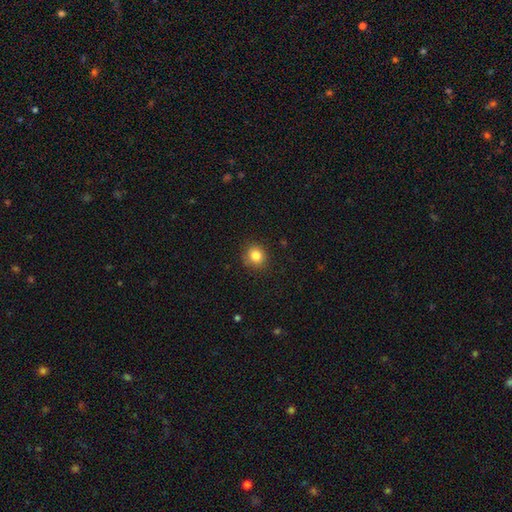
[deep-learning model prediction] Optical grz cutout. It shows a smooth galaxy with no disk features (83%) that is round (85%). Merging: none (88%).